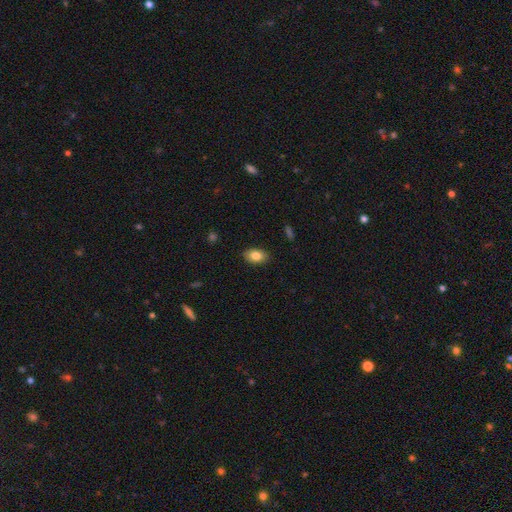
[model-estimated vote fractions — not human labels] smooth_or_featured: smooth (p=0.84) [alt: featured or disk p=0.09]
how_rounded: in between (p=0.88) [alt: round p=0.10]
merging: none (p=0.87) [alt: minor disturbance p=0.10]